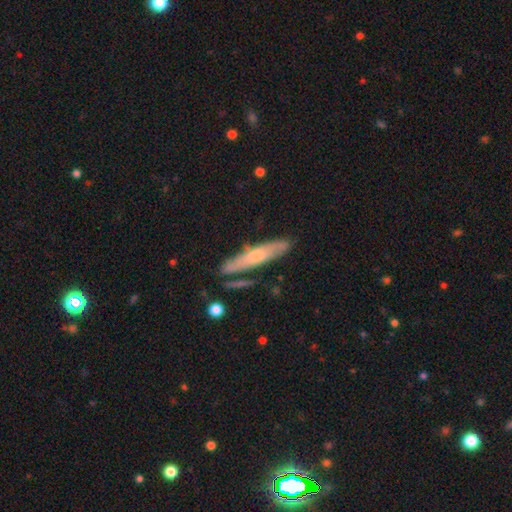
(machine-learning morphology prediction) A smooth galaxy with no disk features (47%, tied with featured or disk). Merging: none (77%).